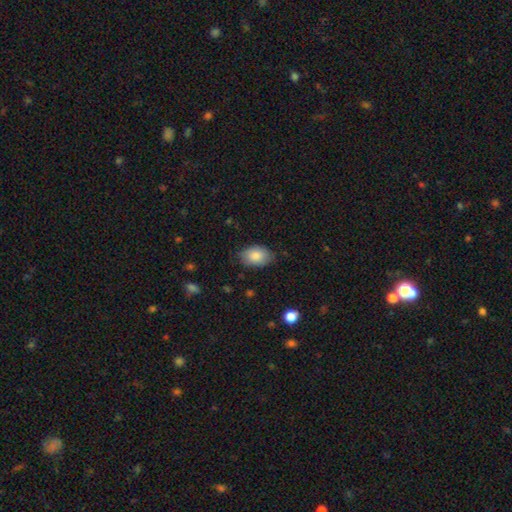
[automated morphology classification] Smooth or featured?
  - smooth: 86% *
  - featured or disk: 8%
  - star or artifact: 7%
How rounded?
  - in between: 89% *
  - round: 10%
  - cigar-shaped: 1%
Merging?
  - none: 79% *
  - minor disturbance: 17%
  - major disturbance: 3%
  - merger: 1%